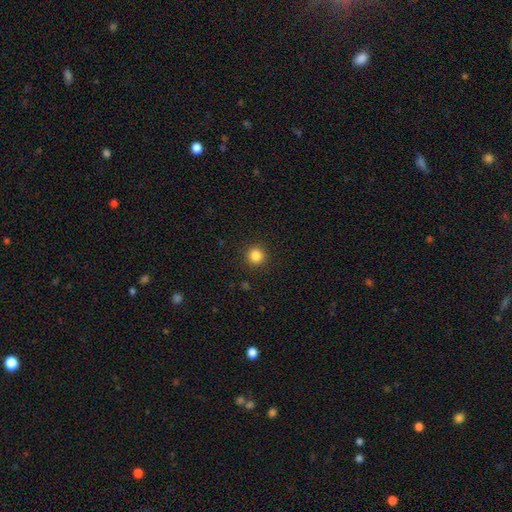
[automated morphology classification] This appears to be a smooth galaxy with no disk features (85%) that is round (94%). Merging: none (91%).